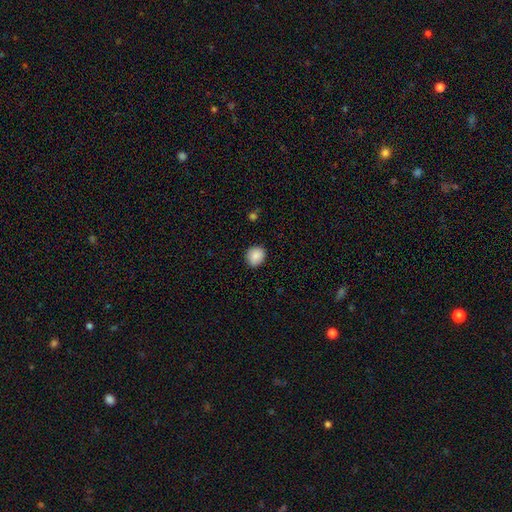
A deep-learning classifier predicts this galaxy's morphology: A smooth galaxy with no disk features (88%) that is round (81%). Merging: none (87%).